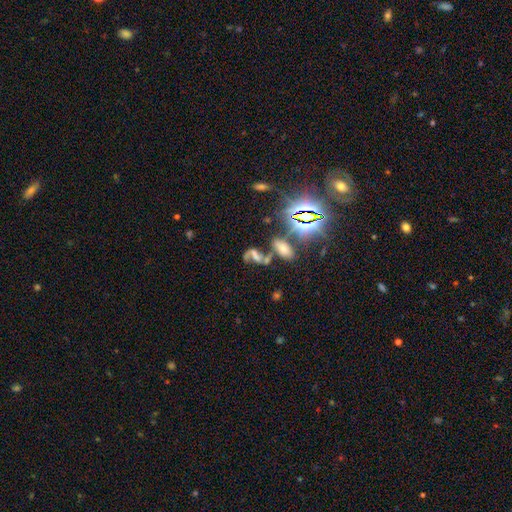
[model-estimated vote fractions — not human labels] Q: Smooth or featured?
A: star or artifact (42%); runner-up: featured or disk (32%)